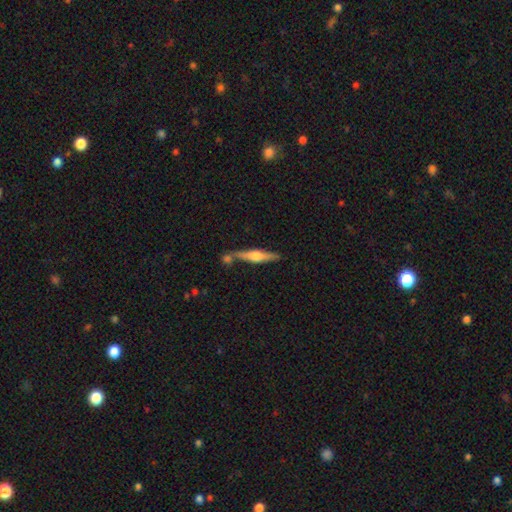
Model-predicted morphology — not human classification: Smooth or featured?
  - featured or disk: 63% *
  - smooth: 31%
  - star or artifact: 6%
Edge-on disk?
  - yes: 96% *
  - no: 4%
Edge-on bulge?
  - rounded: 88% *
  - boxy: 8%
  - none: 4%
Merging?
  - none: 70% *
  - merger: 15%
  - minor disturbance: 12%
  - major disturbance: 3%